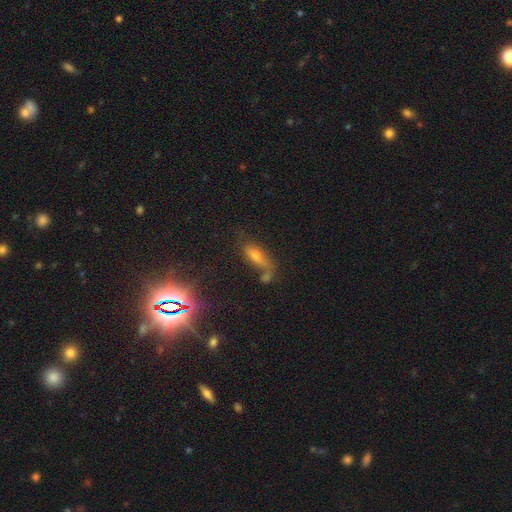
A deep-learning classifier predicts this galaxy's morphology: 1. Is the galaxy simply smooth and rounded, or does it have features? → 47% smooth, 30% star or artifact, 23% featured or disk.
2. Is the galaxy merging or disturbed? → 49% none, 20% merger, 19% minor disturbance, 12% major disturbance.